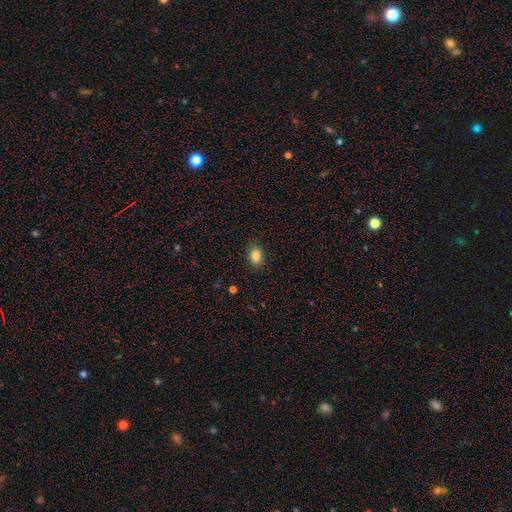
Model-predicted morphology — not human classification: A smooth galaxy with no disk features (85%) that is in between round and cigar-shaped (68%). Merging: none (83%).